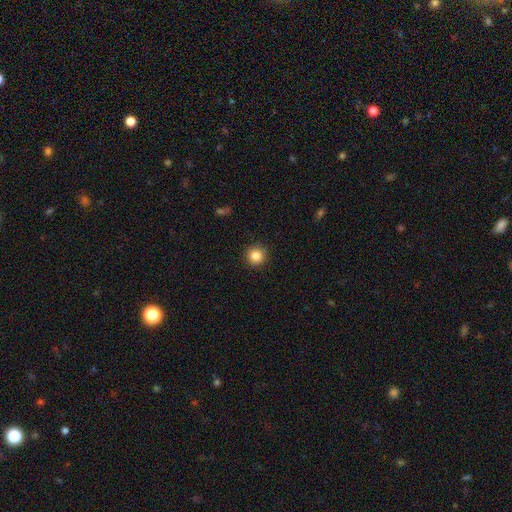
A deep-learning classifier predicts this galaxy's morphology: Smooth or featured? smooth (85%)
How rounded? round (95%)
Merging? none (92%)